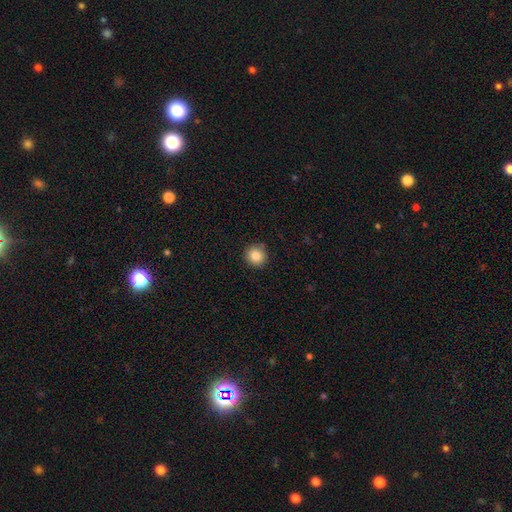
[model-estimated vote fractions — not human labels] Q: Smooth or featured?
A: smooth (85%); runner-up: star or artifact (10%)
Q: How rounded?
A: round (93%); runner-up: in between (6%)
Q: Merging?
A: none (90%); runner-up: minor disturbance (7%)